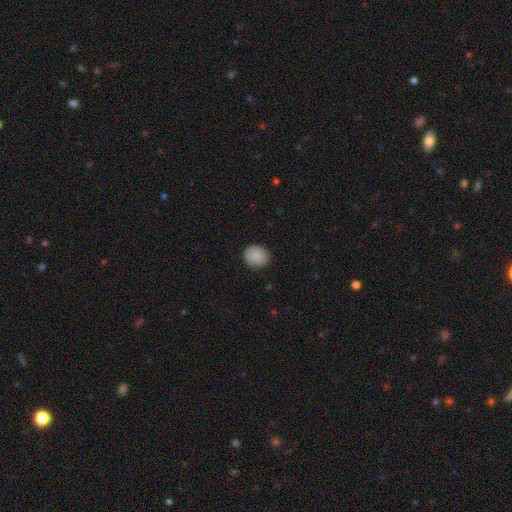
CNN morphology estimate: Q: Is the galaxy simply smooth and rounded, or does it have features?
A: smooth — 88%.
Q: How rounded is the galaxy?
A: round — 83%.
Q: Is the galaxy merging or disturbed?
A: none — 89%.